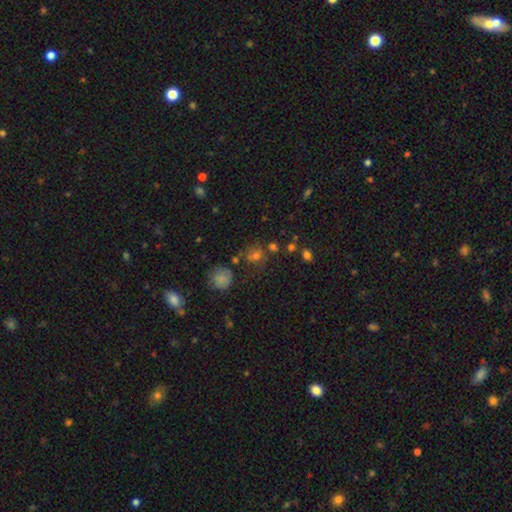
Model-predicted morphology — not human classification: This appears to be a smooth galaxy with no disk features (50%). Merging: none (66%).